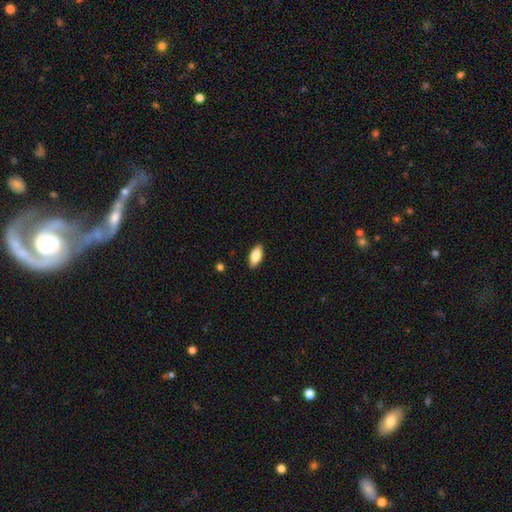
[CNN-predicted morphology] type=smooth (81%); roundness=in between (86%); merging=none (89%).